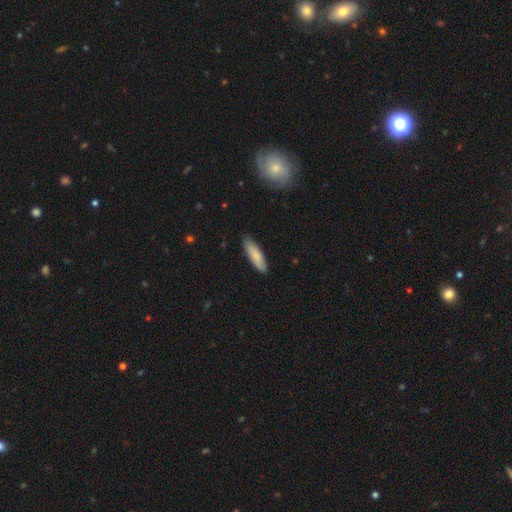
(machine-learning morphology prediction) type=smooth (83%); roundness=cigar-shaped (60%); merging=none (84%).